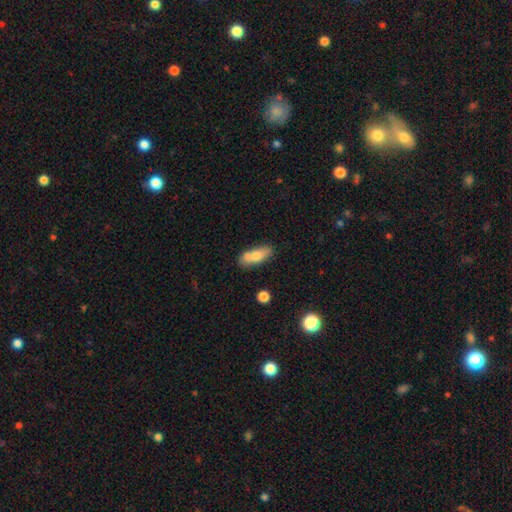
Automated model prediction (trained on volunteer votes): smooth-or-featured: smooth: 67% | featured or disk: 26% | star or artifact: 7%
  how-rounded: in between: 74% | cigar-shaped: 22% | round: 4%
  merging: none: 56% | merger: 23% | minor disturbance: 16% | major disturbance: 5%